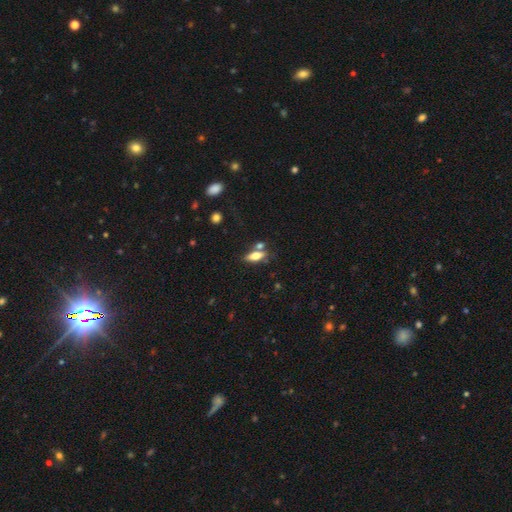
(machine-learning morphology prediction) Smooth or featured? Predicted: smooth (p=0.61). How rounded? Predicted: in between (p=0.66). Merging? Predicted: none (p=0.61).